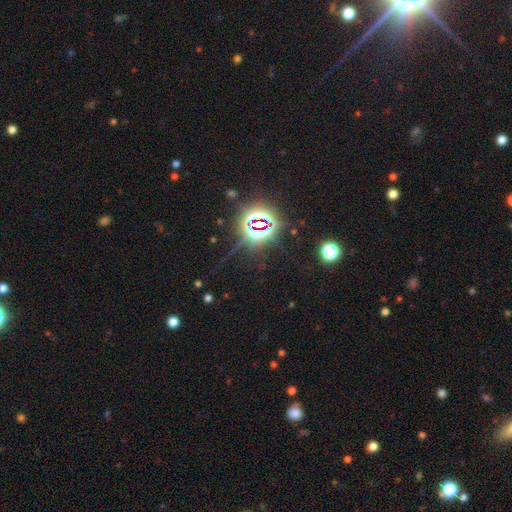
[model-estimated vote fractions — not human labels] smooth_or_featured: star or artifact (p=0.84) [alt: smooth p=0.09]